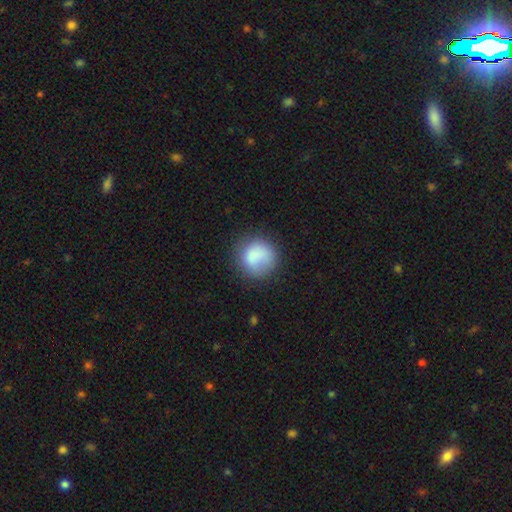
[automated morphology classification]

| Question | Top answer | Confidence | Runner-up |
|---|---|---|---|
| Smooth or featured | smooth | 80% | featured or disk (11%) |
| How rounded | round | 88% | in between (12%) |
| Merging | none | 66% | minor disturbance (20%) |